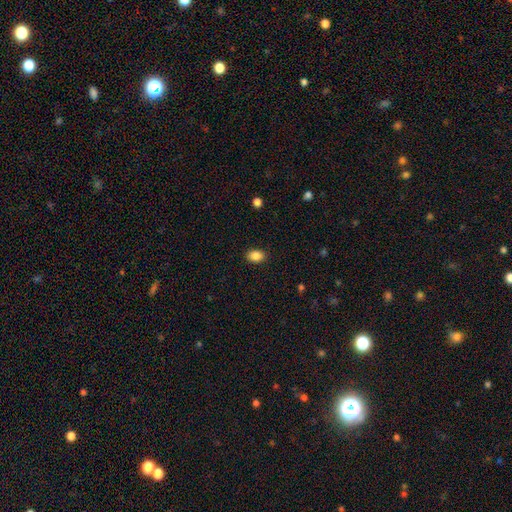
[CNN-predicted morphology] A smooth galaxy with no disk features (87%) that is in between round and cigar-shaped (77%). Merging: none (89%).